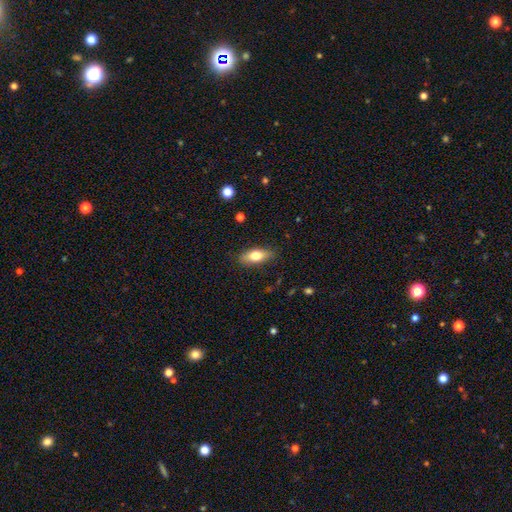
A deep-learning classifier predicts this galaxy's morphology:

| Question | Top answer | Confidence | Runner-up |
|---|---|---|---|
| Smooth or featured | smooth | 70% | featured or disk (23%) |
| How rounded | in between | 73% | cigar-shaped (23%) |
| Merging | none | 85% | minor disturbance (11%) |